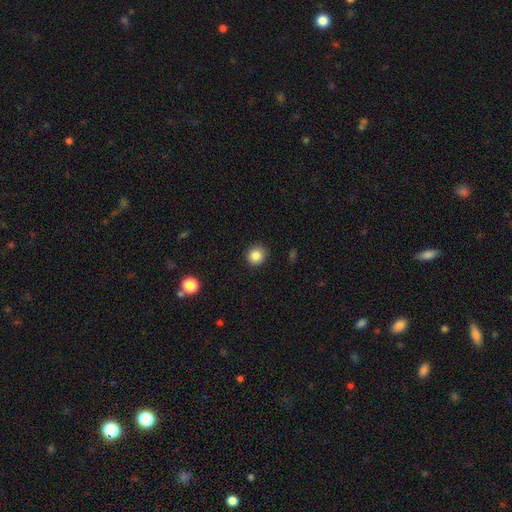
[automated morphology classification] This is clearly a smooth galaxy (86%). How rounded: clearly round (92%). Merging: clearly none (90%).